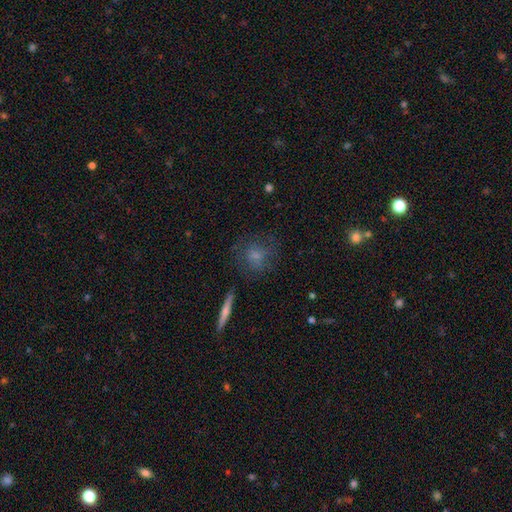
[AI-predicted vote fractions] Overall: smooth (62%; featured or disk 26%). How rounded: round (78%). Merging: none (70%).